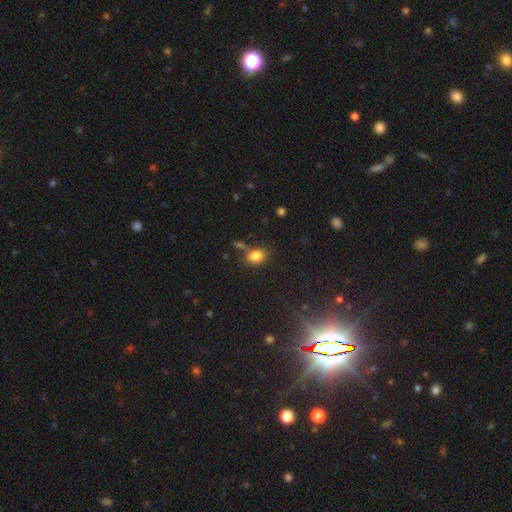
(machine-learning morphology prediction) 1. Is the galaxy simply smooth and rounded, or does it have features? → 83% smooth, 11% star or artifact, 6% featured or disk.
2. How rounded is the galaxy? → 63% in between, 35% round, 1% cigar-shaped.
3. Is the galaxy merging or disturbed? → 68% none, 14% minor disturbance, 12% merger, 5% major disturbance.